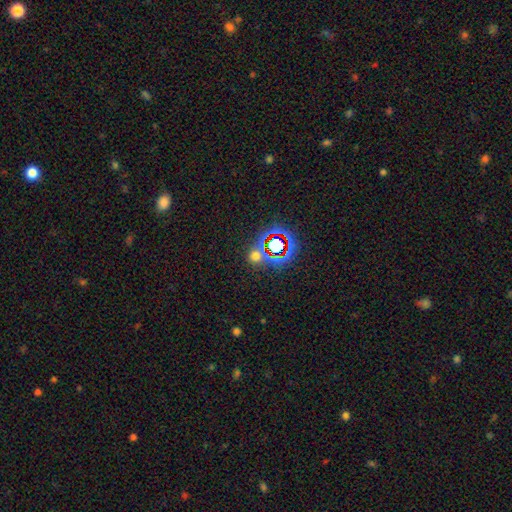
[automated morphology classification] Smooth or featured? smooth (47%)
Merging? none (72%)